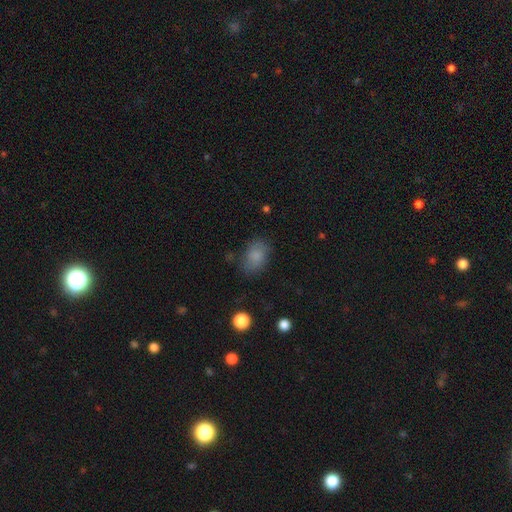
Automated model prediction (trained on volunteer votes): This appears to be a smooth galaxy with no disk features (82%) that is in between round and cigar-shaped (78%). Merging: none (72%).